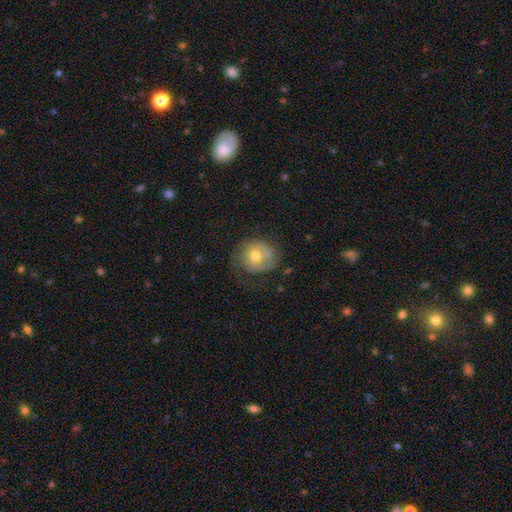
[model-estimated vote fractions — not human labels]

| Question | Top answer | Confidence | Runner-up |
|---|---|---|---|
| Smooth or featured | smooth | 51% | featured or disk (41%) |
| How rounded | round | 74% | in between (25%) |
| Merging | none | 48% | minor disturbance (28%) |